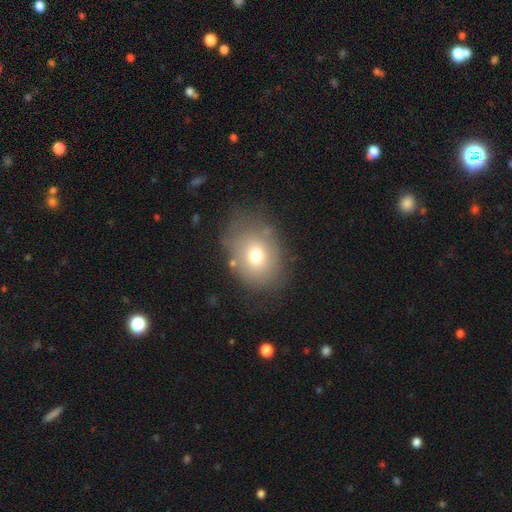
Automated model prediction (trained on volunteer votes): smooth_or_featured: smooth (p=0.70) [alt: featured or disk p=0.18]
how_rounded: in between (p=0.61) [alt: round p=0.38]
merging: none (p=0.70) [alt: minor disturbance p=0.19]